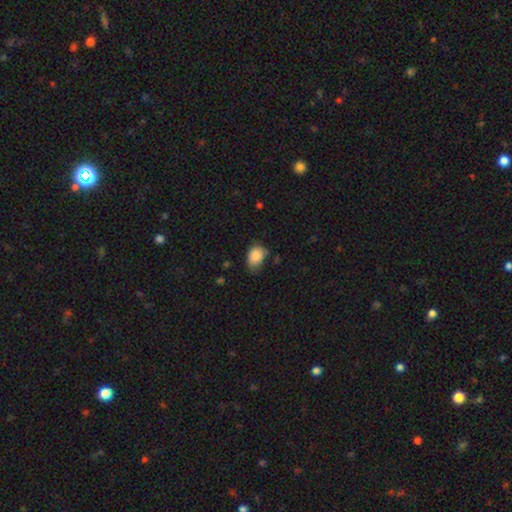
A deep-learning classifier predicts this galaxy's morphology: This is clearly a smooth galaxy (86%). How rounded: likely in between (70%). Merging: possibly none (49%).